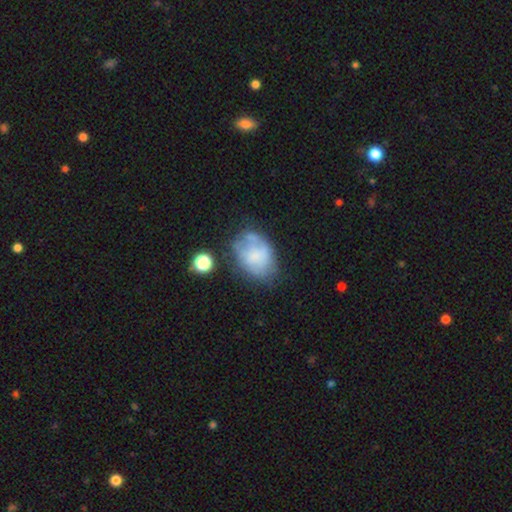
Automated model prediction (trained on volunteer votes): A smooth galaxy with no disk features (45%, tied with featured or disk). Merging: none (46%).